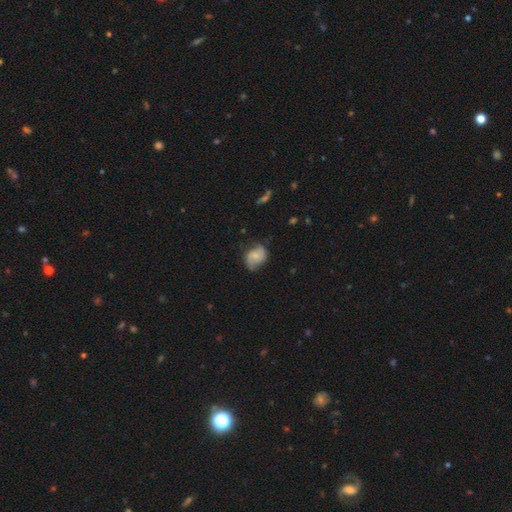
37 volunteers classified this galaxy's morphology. Smooth or featured: smooth — 49% (tied with featured or disk — 49%)
How rounded: round — 50% (tied with in between — 50%)
Merging: none — 69% (minor disturbance — 25%)